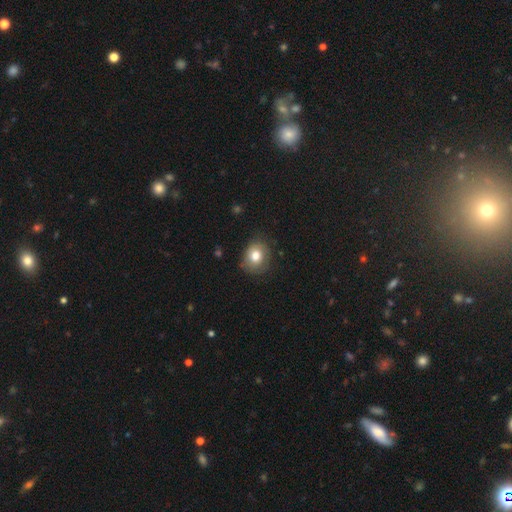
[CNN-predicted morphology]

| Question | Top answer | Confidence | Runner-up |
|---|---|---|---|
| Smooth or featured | smooth | 77% | featured or disk (14%) |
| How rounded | round | 62% | in between (37%) |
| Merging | none | 75% | minor disturbance (19%) |